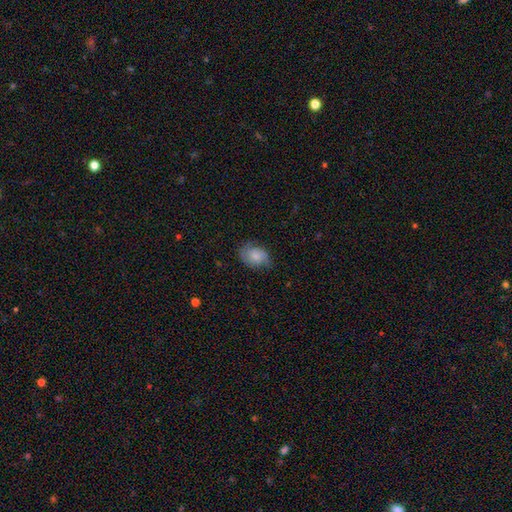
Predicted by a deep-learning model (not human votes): Overall: smooth (58%; featured or disk 35%). How rounded: in between (70%). Merging: none (64%; minor disturbance 26%).